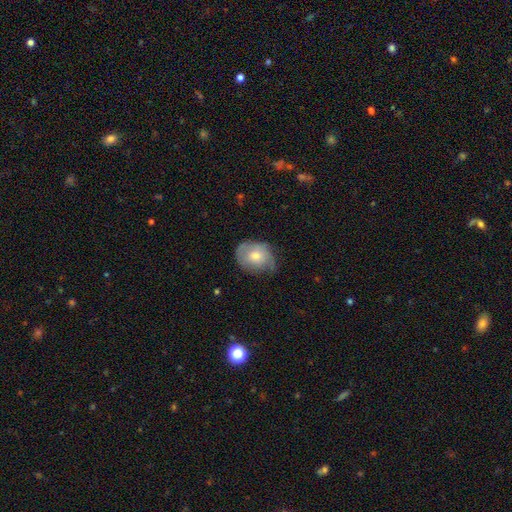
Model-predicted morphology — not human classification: Smooth or featured? smooth (58%)
How rounded? round (53%)
Merging? none (57%)